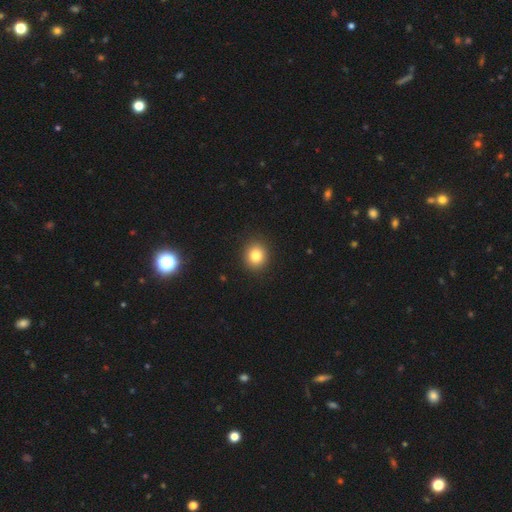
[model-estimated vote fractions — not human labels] smooth_or_featured: smooth (p=0.82) [alt: star or artifact p=0.11]
how_rounded: round (p=0.83) [alt: in between p=0.16]
merging: none (p=0.91) [alt: minor disturbance p=0.06]